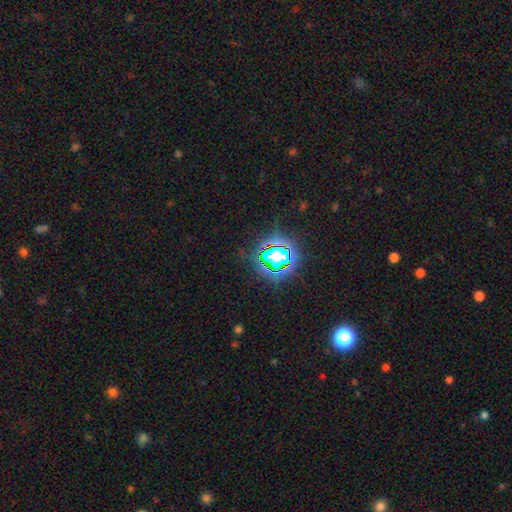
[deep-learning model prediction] A star or artifact, not a galaxy (78%).